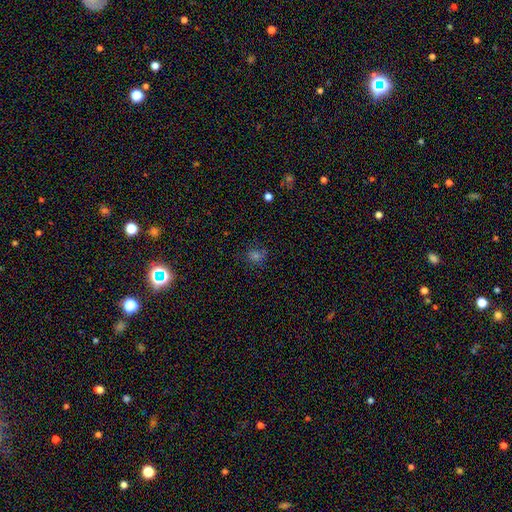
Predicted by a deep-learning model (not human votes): Smooth or featured? Predicted: smooth (p=0.51). How rounded? Predicted: round (p=0.86). Merging? Predicted: none (p=0.80).